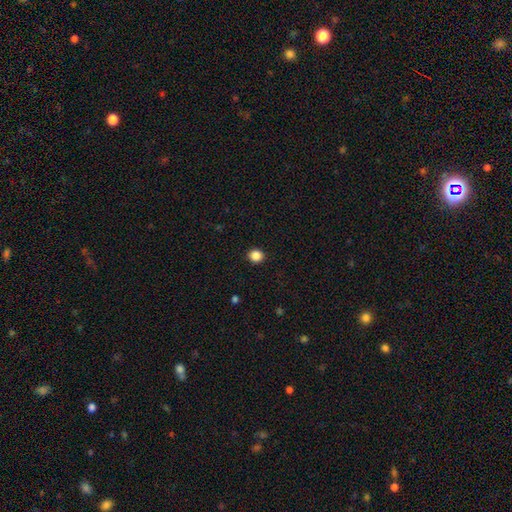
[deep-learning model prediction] Q: Smooth or featured?
A: smooth (86%); runner-up: star or artifact (10%)
Q: How rounded?
A: round (85%); runner-up: in between (14%)
Q: Merging?
A: none (92%); runner-up: minor disturbance (5%)